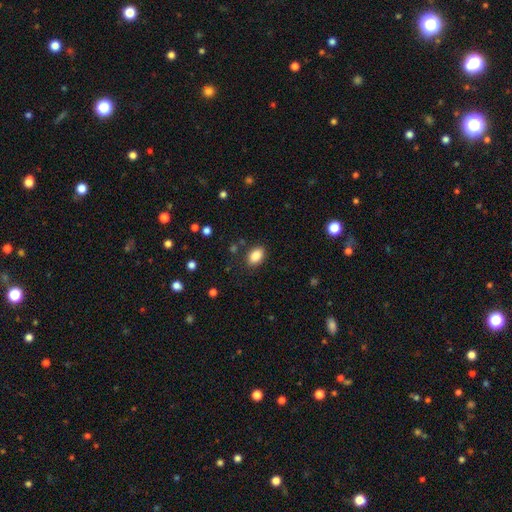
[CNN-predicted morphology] Smooth or featured? smooth (87%)
How rounded? in between (86%)
Merging? none (85%)